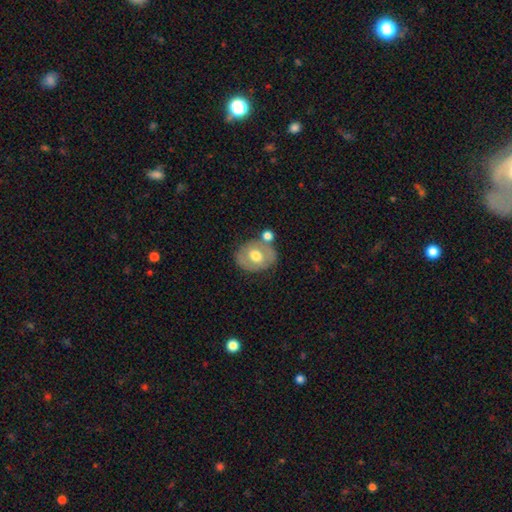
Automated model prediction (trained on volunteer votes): smooth-or-featured: smooth: 49% | featured or disk: 44% | star or artifact: 7%
  merging: none: 61% | minor disturbance: 17% | merger: 16% | major disturbance: 6%